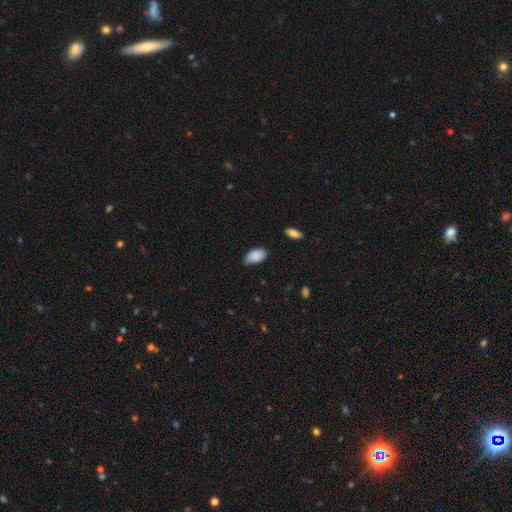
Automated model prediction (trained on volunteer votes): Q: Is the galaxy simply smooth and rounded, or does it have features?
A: smooth — 87%.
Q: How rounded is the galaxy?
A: in between — 94%.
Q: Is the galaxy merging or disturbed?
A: none — 63%.